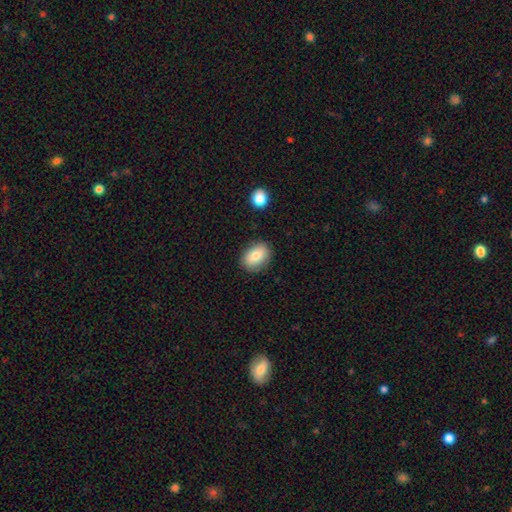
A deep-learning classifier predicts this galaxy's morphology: A smooth galaxy with no disk features (79%) that is in between round and cigar-shaped (76%). Merging: none (83%).